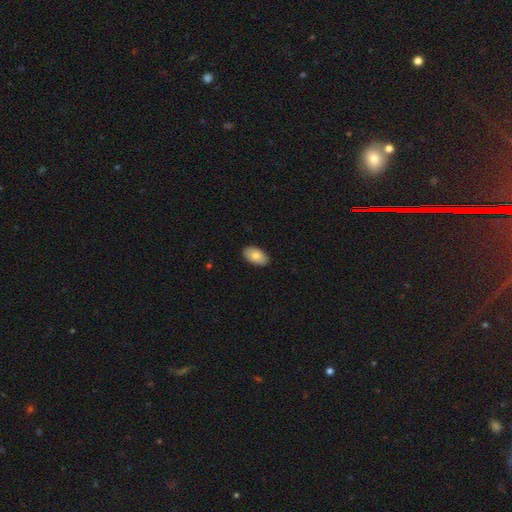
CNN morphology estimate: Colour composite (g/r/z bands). It shows a smooth galaxy with no disk features (81%) that is in between round and cigar-shaped (95%). Merging: none (89%).